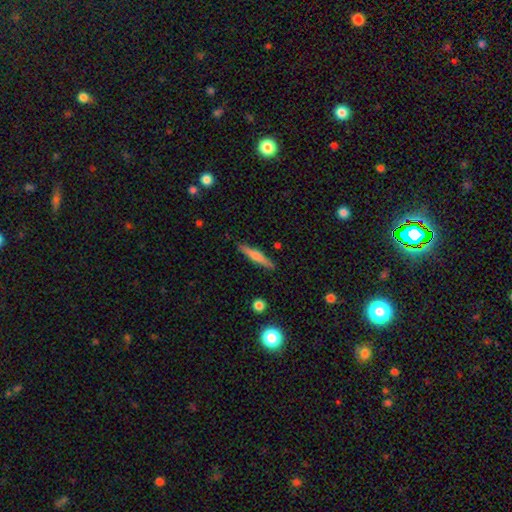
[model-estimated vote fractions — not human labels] Smooth or featured: smooth — 48% (featured or disk — 46%)
Merging: none — 89% (minor disturbance — 8%)